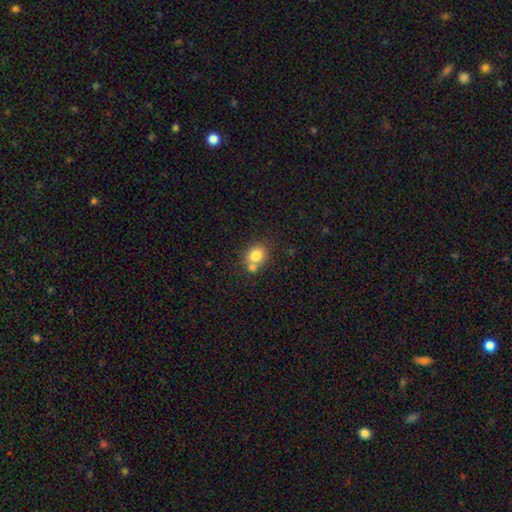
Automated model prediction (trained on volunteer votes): Q: Smooth or featured?
A: smooth (78%); runner-up: featured or disk (11%)
Q: How rounded?
A: round (67%); runner-up: in between (32%)
Q: Merging?
A: none (52%); runner-up: merger (35%)